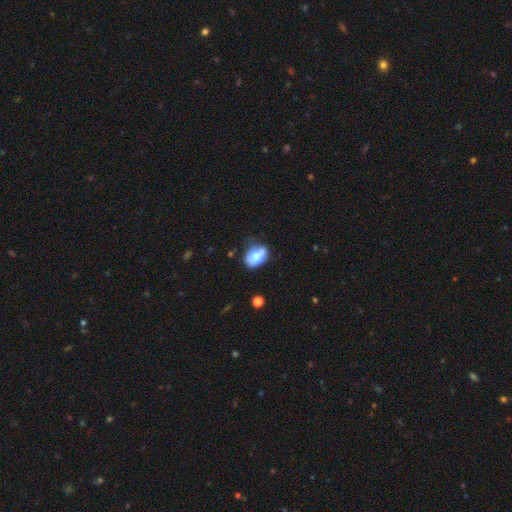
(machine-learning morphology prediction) The model was most divided on "merging": none: 44%, minor disturbance: 32%, merger: 12%, major disturbance: 11%. More confident: how rounded — in between (77%); smooth or featured — smooth (71%).